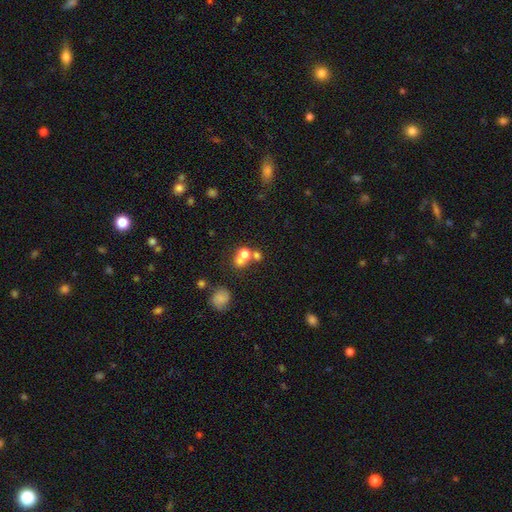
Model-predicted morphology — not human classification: This is possibly a smooth galaxy (49%). Merging: possibly none (55%).